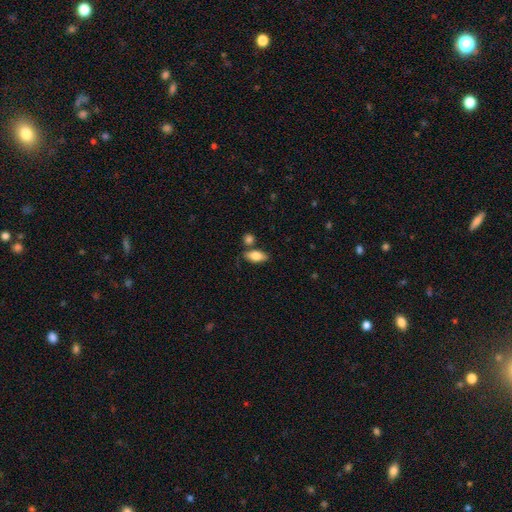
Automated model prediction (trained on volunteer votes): smooth_or_featured: smooth (p=0.79) [alt: featured or disk p=0.14]
how_rounded: in between (p=0.86) [alt: cigar-shaped p=0.10]
merging: none (p=0.73) [alt: minor disturbance p=0.13]